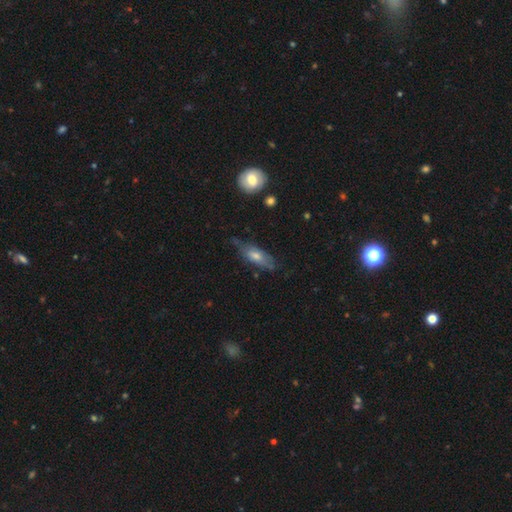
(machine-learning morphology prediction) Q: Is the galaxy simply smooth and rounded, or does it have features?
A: smooth — 52%.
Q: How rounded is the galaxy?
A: in between — 59%.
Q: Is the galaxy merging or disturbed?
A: none — 63%.